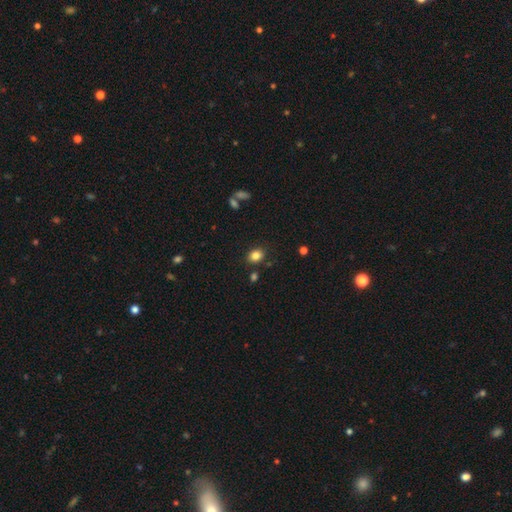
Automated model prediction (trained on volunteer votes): Smooth or featured? smooth (84%)
How rounded? in between (56%)
Merging? none (83%)